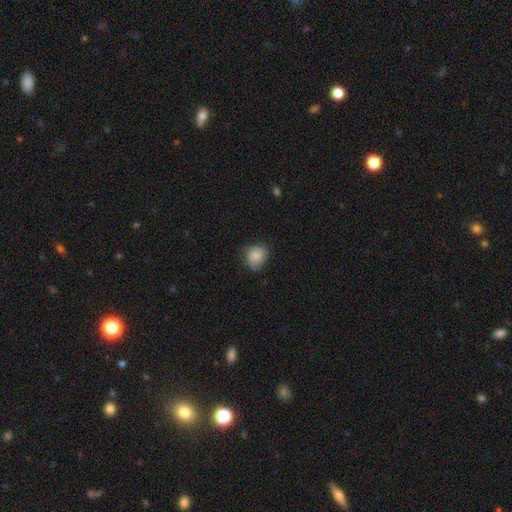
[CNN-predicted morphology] Overall: smooth (85%). How rounded: round (71%). Merging: none (71%).